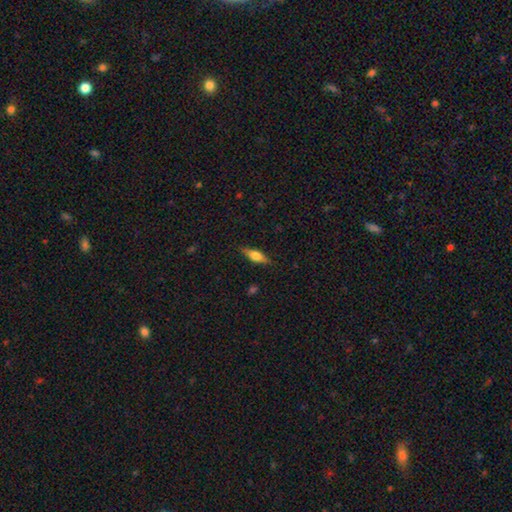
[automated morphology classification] type=featured or disk (49%); merging=none (87%).